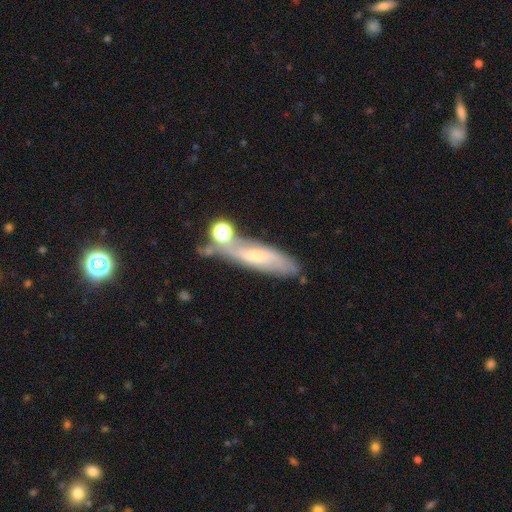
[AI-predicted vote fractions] Overall: featured or disk (58%; smooth 31%). Edge-on disk: no (65%; yes 35%). Merging: none (53%; minor disturbance 22%).